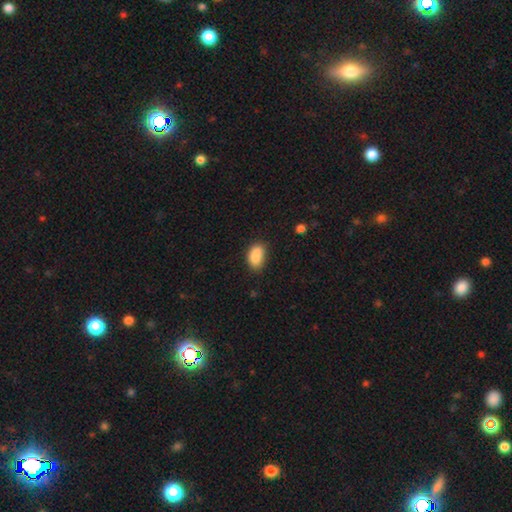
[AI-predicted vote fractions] The model was most divided on "merging": none: 74%, minor disturbance: 20%, major disturbance: 4%, merger: 2%. More confident: how rounded — in between (91%); smooth or featured — smooth (88%).